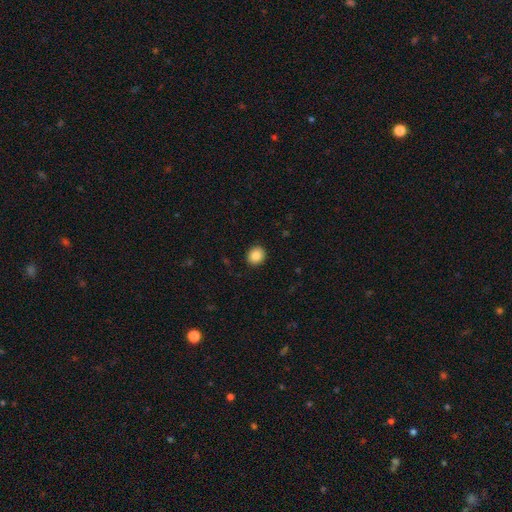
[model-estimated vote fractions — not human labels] A smooth galaxy with no disk features (86%) that is round (78%).

Vote fractions:
- Smooth or featured? smooth: 86% / star or artifact: 9% / featured or disk: 5%
- How rounded? round: 78% / in between: 21% / cigar-shaped: 1%
- Merging? none: 92% / minor disturbance: 6% / major disturbance: 2% / merger: 1%